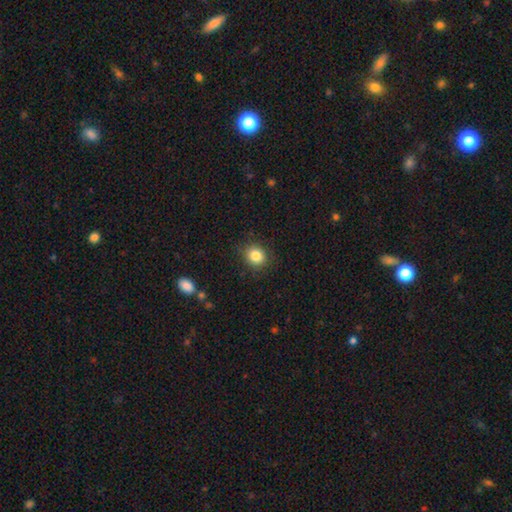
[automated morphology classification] Q: Smooth or featured?
A: smooth (85%); runner-up: star or artifact (10%)
Q: How rounded?
A: round (73%); runner-up: in between (26%)
Q: Merging?
A: none (86%); runner-up: minor disturbance (10%)